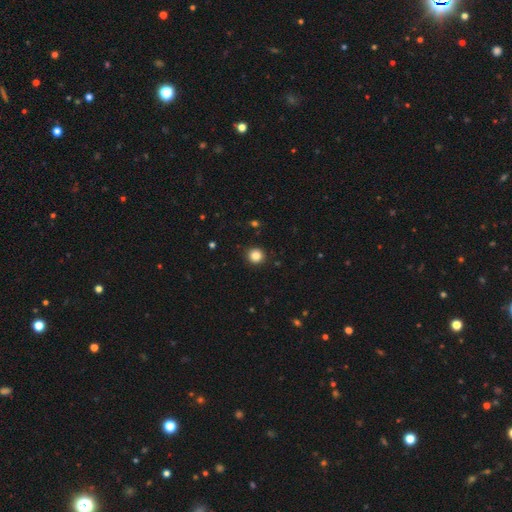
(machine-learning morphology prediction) Smooth or featured? smooth (85%)
How rounded? round (94%)
Merging? none (92%)